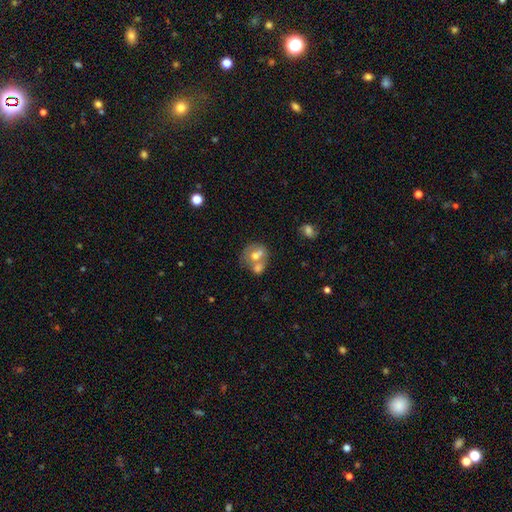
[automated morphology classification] Smooth or featured? Predicted: smooth (p=0.56). How rounded? Predicted: round (p=0.61). Merging? Predicted: merger (p=0.59).